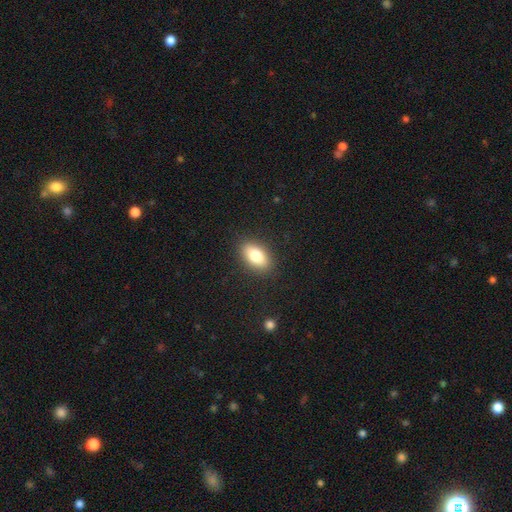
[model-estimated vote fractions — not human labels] Morphology: type=smooth (79%); roundness=in between (89%); merging=none (88%).